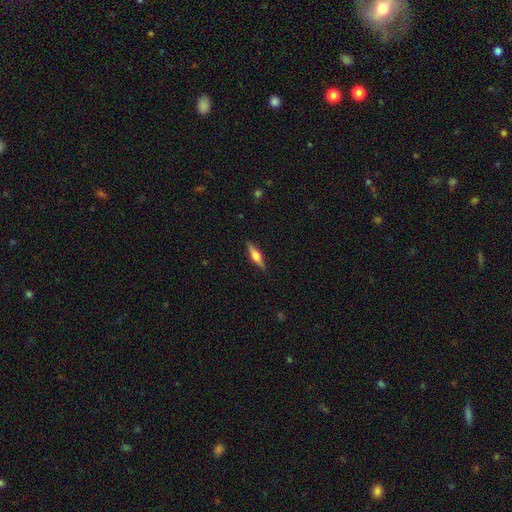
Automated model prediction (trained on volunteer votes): Q: Smooth or featured?
A: featured or disk (59%); runner-up: smooth (35%)
Q: Edge-on disk?
A: yes (96%); runner-up: no (4%)
Q: Edge-on bulge?
A: rounded (90%); runner-up: boxy (7%)
Q: Merging?
A: none (89%); runner-up: minor disturbance (8%)